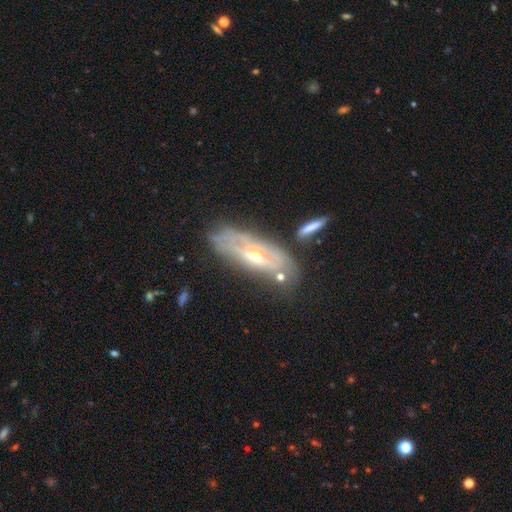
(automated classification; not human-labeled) Smooth or featured: featured or disk — 73% (smooth — 19%)
Edge-on disk: no — 74% (yes — 26%)
Bar: no — 48% (weak — 36%)
Spiral arms: yes — 58% (no — 42%)
Bulge size: moderate — 55% (small — 40%)
Merging: none — 58% (minor disturbance — 21%)